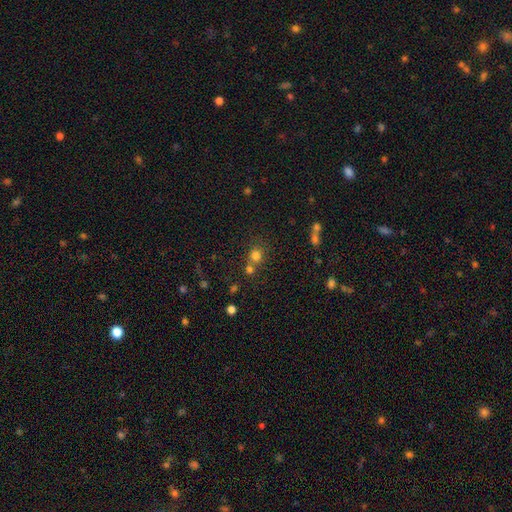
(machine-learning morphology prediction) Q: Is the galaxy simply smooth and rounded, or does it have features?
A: smooth — 74%.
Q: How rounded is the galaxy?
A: round — 84%.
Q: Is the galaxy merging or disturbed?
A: none — 52%.